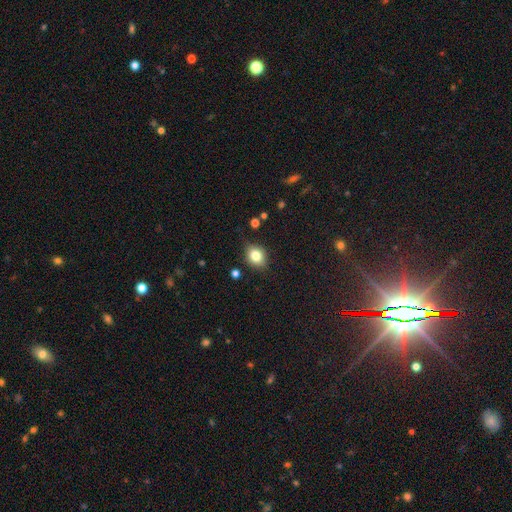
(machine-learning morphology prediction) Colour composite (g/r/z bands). It shows a smooth galaxy with no disk features (80%) that is round (50%). Merging: none (81%).